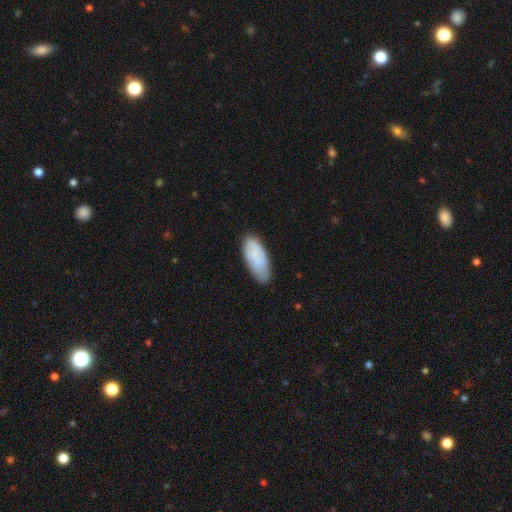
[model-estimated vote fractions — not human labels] smooth 78%, featured or disk 15%, star or artifact 7%. Down the decision tree: how rounded — in between (83%); merging — none (73%).